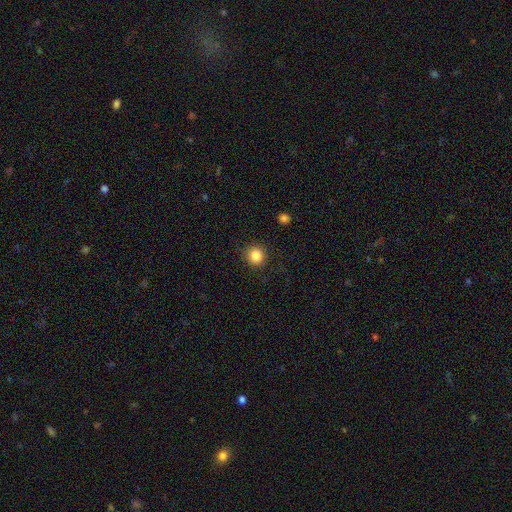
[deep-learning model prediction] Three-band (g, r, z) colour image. It shows a smooth galaxy with no disk features (85%) that is round (92%). Merging: none (89%).